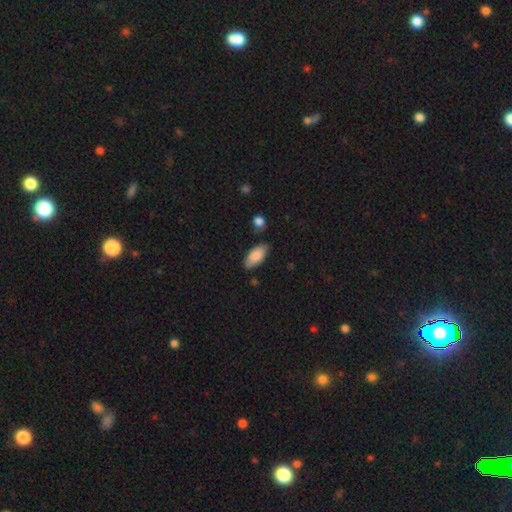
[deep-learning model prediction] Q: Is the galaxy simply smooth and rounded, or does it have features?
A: smooth — 86%.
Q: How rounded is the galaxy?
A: in between — 88%.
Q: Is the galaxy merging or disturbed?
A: none — 79%.